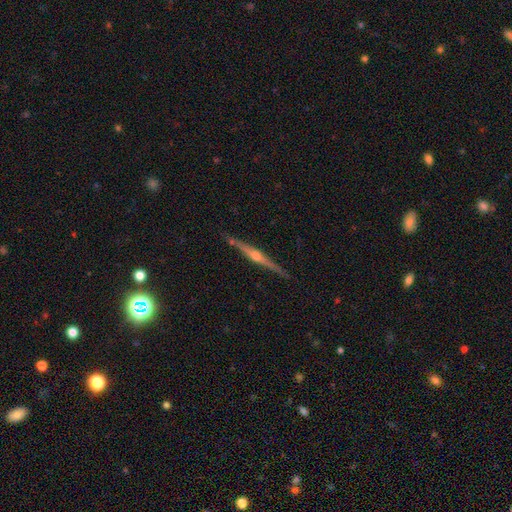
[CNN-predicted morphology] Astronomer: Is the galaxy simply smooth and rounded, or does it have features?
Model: featured or disk — 86%.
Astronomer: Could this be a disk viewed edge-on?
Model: yes — 98%.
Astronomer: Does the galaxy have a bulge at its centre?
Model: rounded — 91%.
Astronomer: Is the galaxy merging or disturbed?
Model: none — 90%.